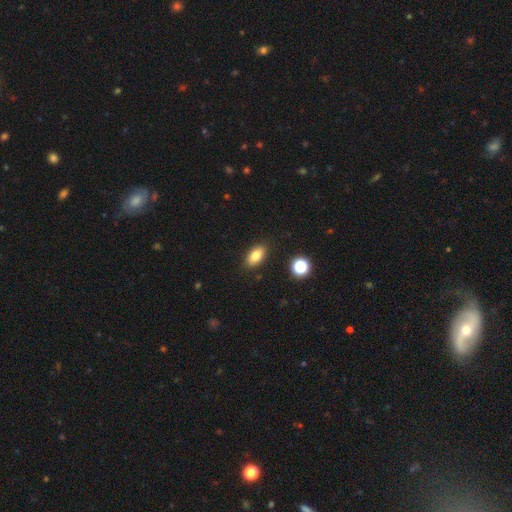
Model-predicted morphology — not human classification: This appears to be a smooth galaxy with no disk features (80%) that is in between round and cigar-shaped (87%). Merging: none (88%).